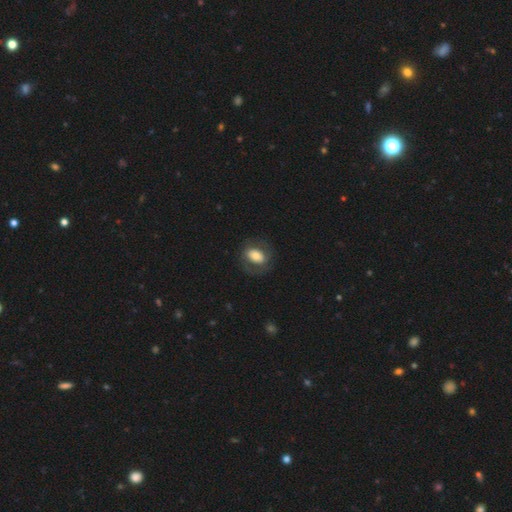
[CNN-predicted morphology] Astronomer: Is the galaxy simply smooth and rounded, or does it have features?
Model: smooth — 62%.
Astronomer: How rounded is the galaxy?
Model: in between — 74%.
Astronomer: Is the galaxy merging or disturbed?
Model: none — 73%.